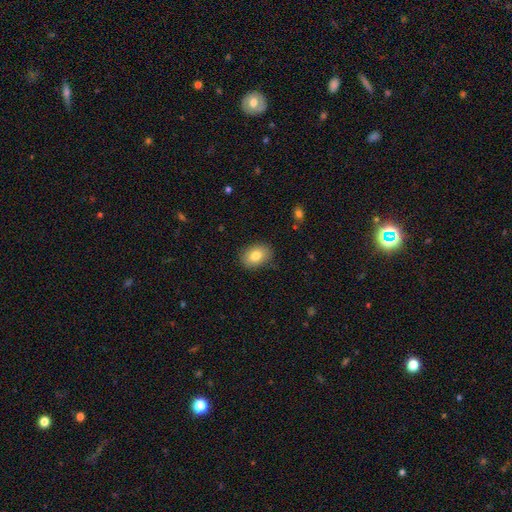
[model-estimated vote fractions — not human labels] The model was most divided on "how rounded": in between: 79%, round: 20%, cigar-shaped: 1%. More confident: merging — none (85%); smooth or featured — smooth (81%).